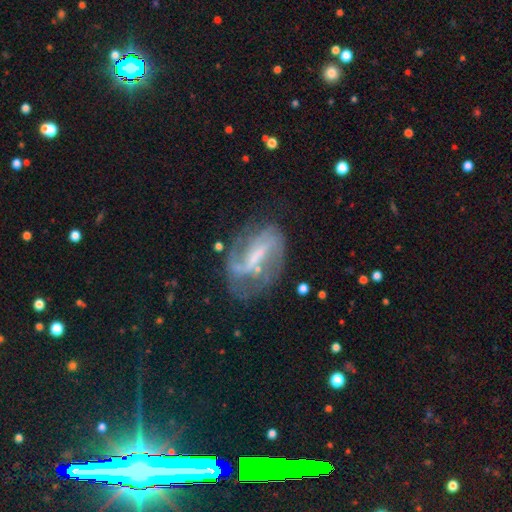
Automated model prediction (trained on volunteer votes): Smooth or featured: featured or disk — 79% (smooth — 13%)
Edge-on disk: no — 95% (yes — 5%)
Bar: strong — 51% (weak — 36%)
Spiral arms: yes — 85% (no — 15%)
Spiral winding: medium — 42% (loose — 33%)
Spiral arm count: 2 — 63% (can't tell — 18%)
Bulge size: small — 38% (none — 30%)
Merging: none — 57% (minor disturbance — 22%)